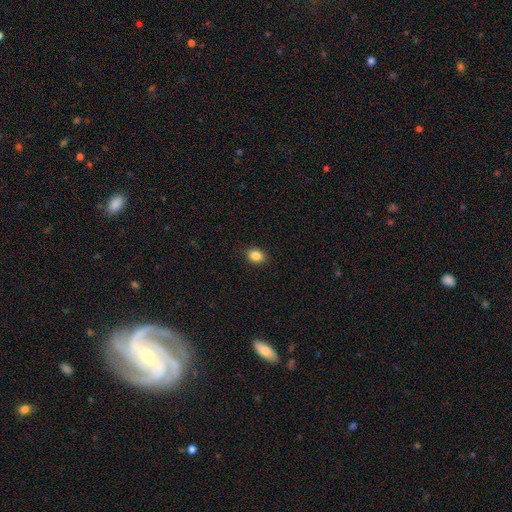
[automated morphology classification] Smooth or featured?
  - smooth: 86% *
  - star or artifact: 10%
  - featured or disk: 5%
How rounded?
  - in between: 69% *
  - round: 30%
  - cigar-shaped: 1%
Merging?
  - none: 89% *
  - minor disturbance: 8%
  - major disturbance: 2%
  - merger: 1%